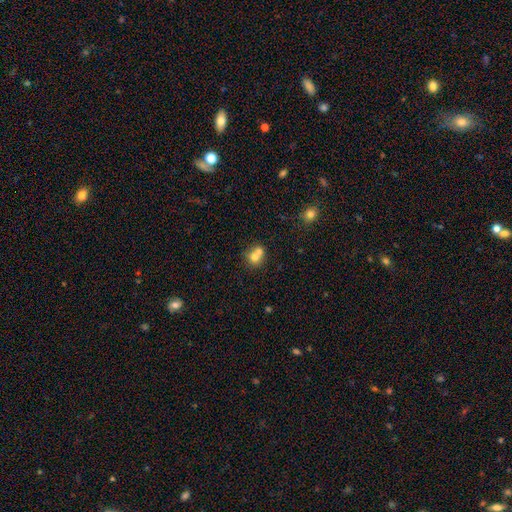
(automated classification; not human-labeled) A smooth galaxy with no disk features (72%) that is round (79%). Merging: merger (59%).